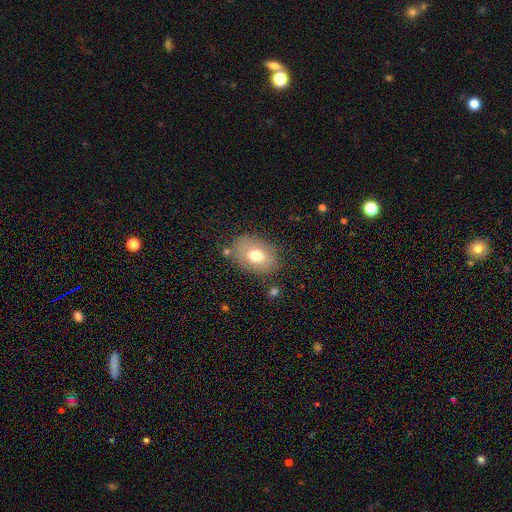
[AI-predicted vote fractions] This appears to be a smooth galaxy with no disk features (69%) that is in between round and cigar-shaped (81%). Merging: none (75%).